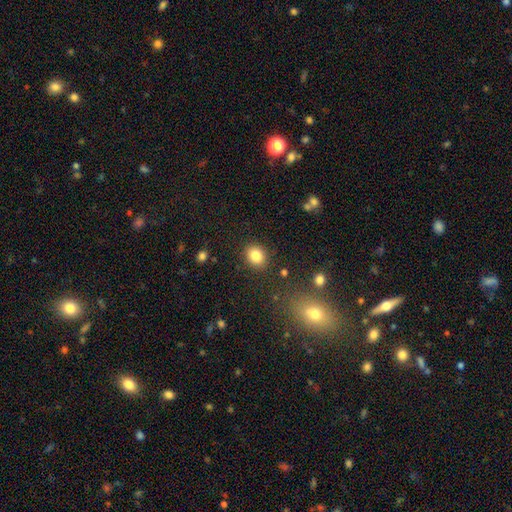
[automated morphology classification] Q: Smooth or featured?
A: smooth (84%); runner-up: star or artifact (10%)
Q: How rounded?
A: round (55%); runner-up: in between (44%)
Q: Merging?
A: none (87%); runner-up: minor disturbance (8%)